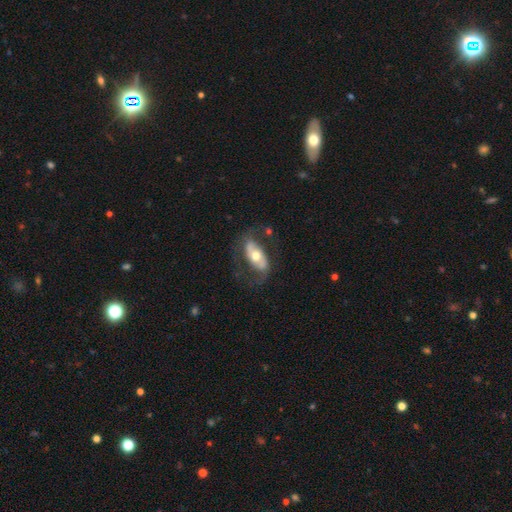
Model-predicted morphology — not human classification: The model was most divided on "smooth or featured": featured or disk: 59%, smooth: 35%, star or artifact: 6%. More confident: edge-on disk — no (86%); bulge size — moderate (71%); spiral arms — yes (63%); merging — none (62%); bar — no (55%).